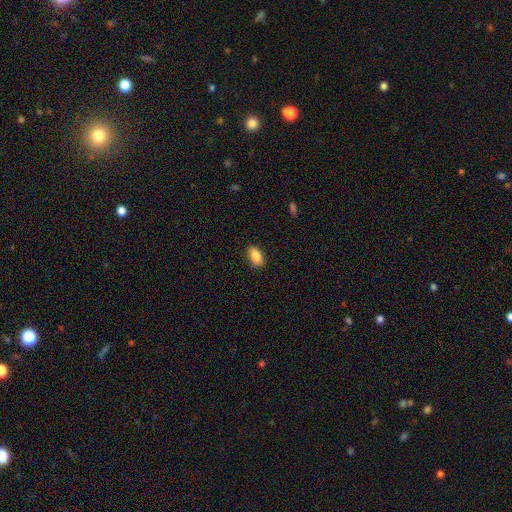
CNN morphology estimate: smooth-or-featured: smooth: 87% | star or artifact: 8% | featured or disk: 5%
  how-rounded: in between: 90% | round: 5% | cigar-shaped: 5%
  merging: none: 86% | minor disturbance: 11% | major disturbance: 2% | merger: 1%